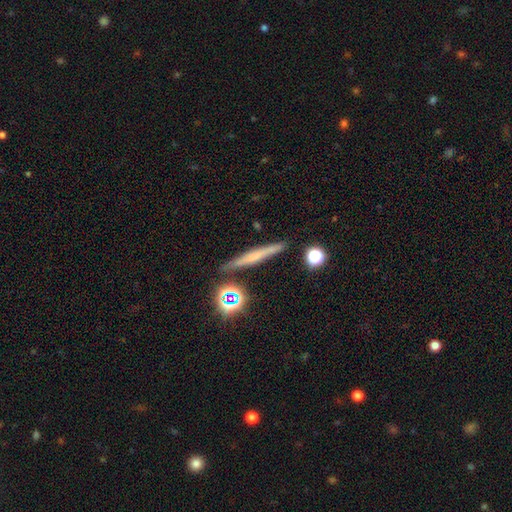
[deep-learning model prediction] featured or disk 44%, smooth 43%, star or artifact 13%. Down the decision tree: merging — none (86%).